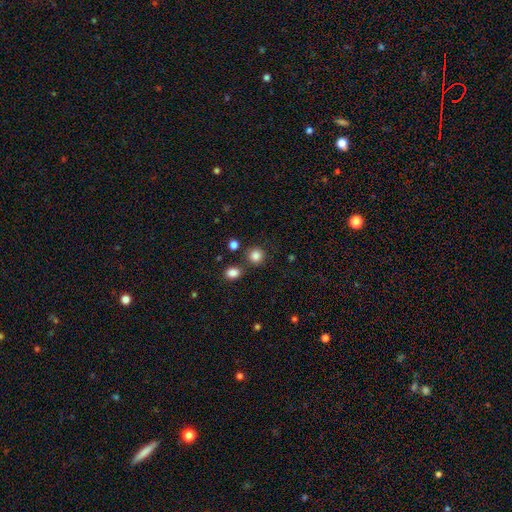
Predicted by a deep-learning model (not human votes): Smooth or featured? Predicted: smooth (p=0.85). How rounded? Predicted: round (p=0.89). Merging? Predicted: none (p=0.79).